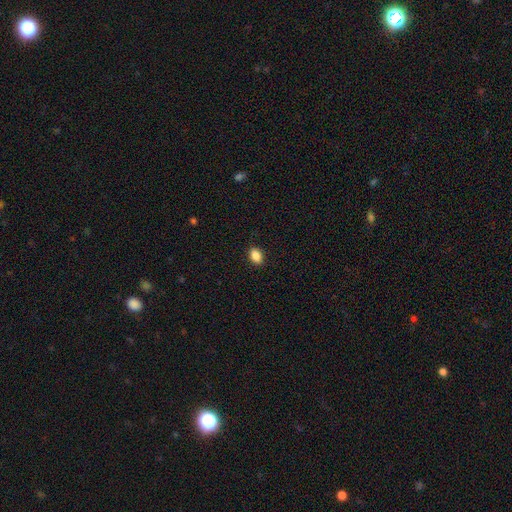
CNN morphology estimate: Smooth or featured? Predicted: smooth (p=0.88). How rounded? Predicted: in between (p=0.83). Merging? Predicted: none (p=0.90).